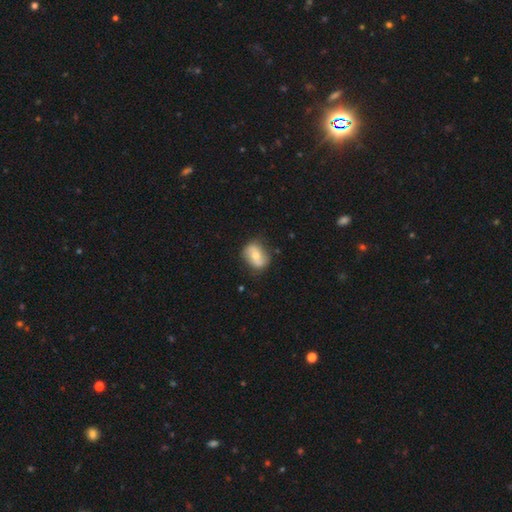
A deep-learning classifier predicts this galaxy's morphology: smooth-or-featured: featured or disk: 48% | smooth: 45% | star or artifact: 7%
  merging: none: 74% | minor disturbance: 19% | major disturbance: 5% | merger: 3%